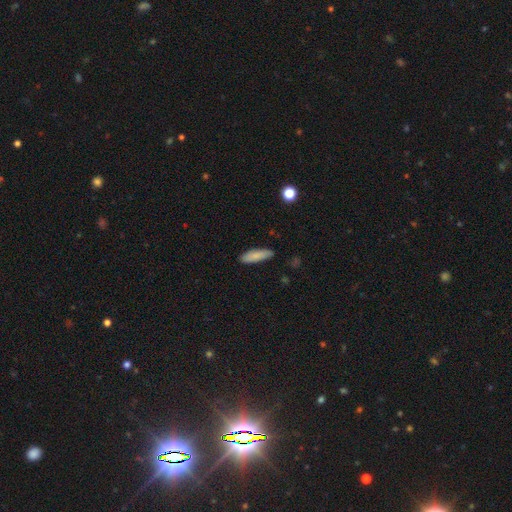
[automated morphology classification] smooth_or_featured: smooth (p=0.84) [alt: featured or disk p=0.10]
how_rounded: cigar-shaped (p=0.54) [alt: in between p=0.44]
merging: none (p=0.86) [alt: minor disturbance p=0.11]